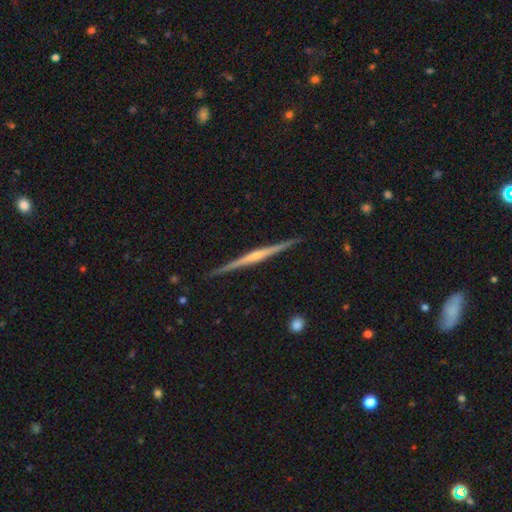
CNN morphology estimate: A featured or disk galaxy (81%) viewed edge-on (98%) with a rounded central bulge (67%). Merging: none (92%).